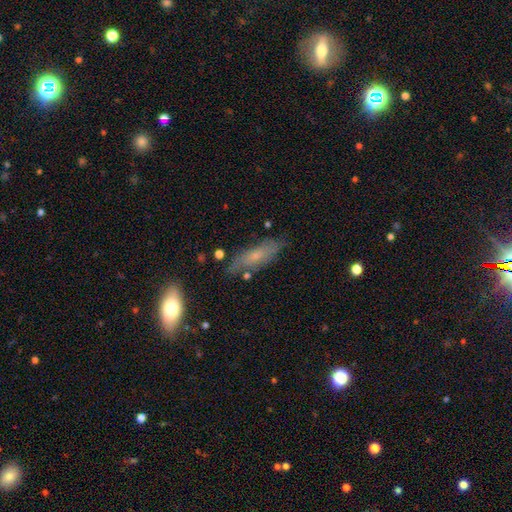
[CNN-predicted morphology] The model was most divided on "how rounded": cigar-shaped: 51%, in between: 46%, round: 3%. More confident: merging — none (73%); smooth or featured — smooth (56%).